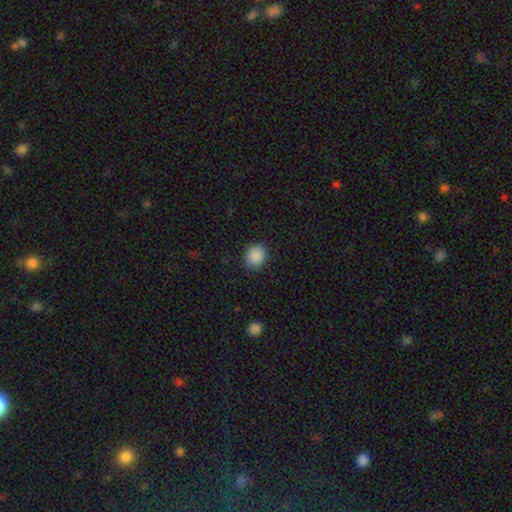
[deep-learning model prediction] A smooth galaxy with no disk features (89%) that is round (65%). Merging: none (88%).